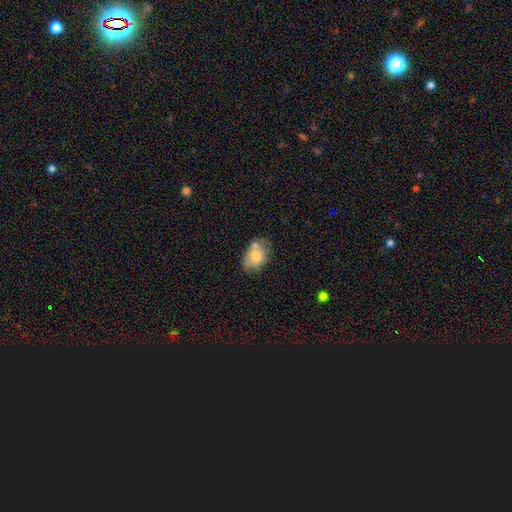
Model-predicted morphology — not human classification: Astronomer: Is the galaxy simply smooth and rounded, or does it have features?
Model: smooth — 71%.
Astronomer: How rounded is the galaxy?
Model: in between — 77%.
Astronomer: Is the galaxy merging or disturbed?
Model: none — 45% (runner-up: minor disturbance, 25%).